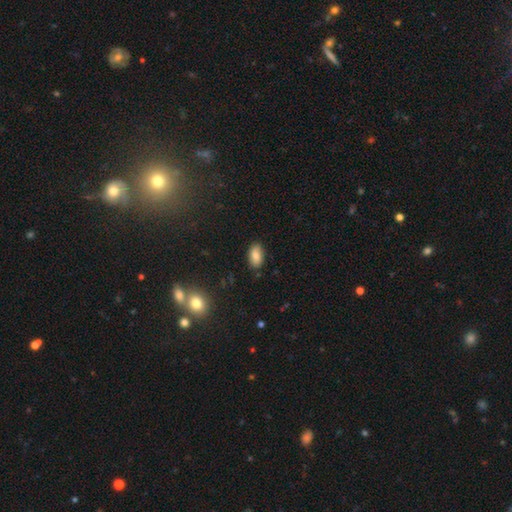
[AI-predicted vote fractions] Smooth or featured: smooth — 82% (star or artifact — 9%)
How rounded: in between — 93% (round — 4%)
Merging: none — 84% (minor disturbance — 12%)